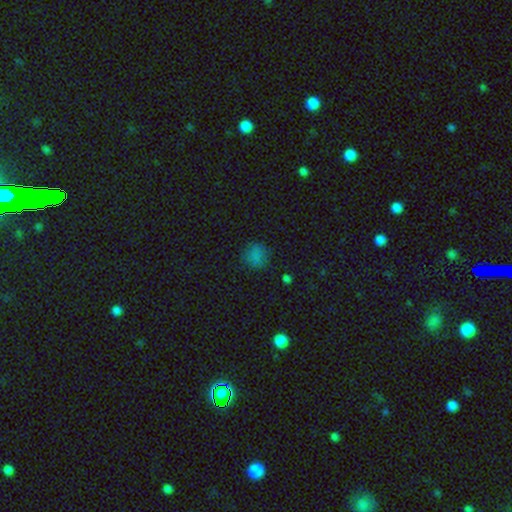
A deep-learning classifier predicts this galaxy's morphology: A smooth galaxy with no disk features (75%) that is round (85%).

Vote fractions:
- Smooth or featured? smooth: 75% / star or artifact: 19% / featured or disk: 6%
- How rounded? round: 85% / in between: 14% / cigar-shaped: 1%
- Merging? none: 80% / minor disturbance: 14% / major disturbance: 5% / merger: 2%